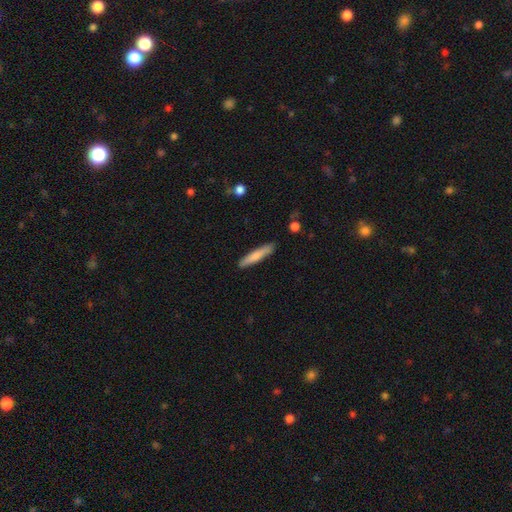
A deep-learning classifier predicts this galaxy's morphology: This is likely a smooth galaxy (75%). How rounded: clearly cigar-shaped (90%). Merging: clearly none (87%).